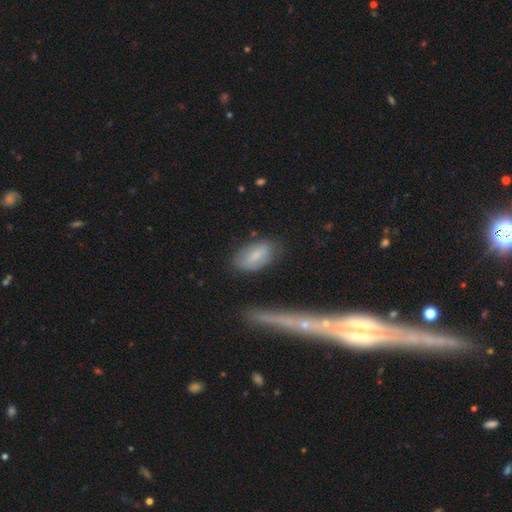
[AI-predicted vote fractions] Smooth or featured? Predicted: smooth (p=0.70). How rounded? Predicted: in between (p=0.90). Merging? Predicted: none (p=0.75).